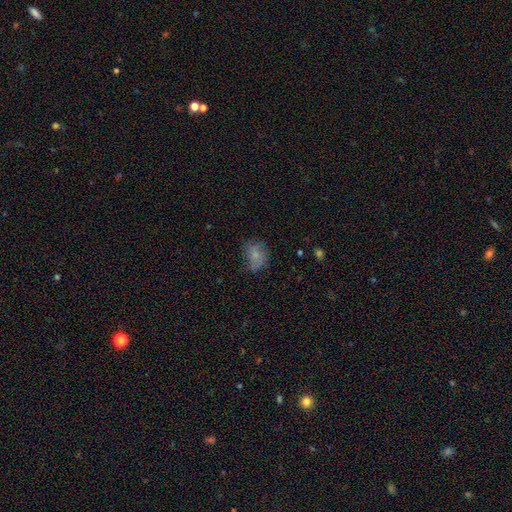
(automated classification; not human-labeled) Smooth or featured? smooth (73%)
How rounded? in between (58%)
Merging? none (53%)